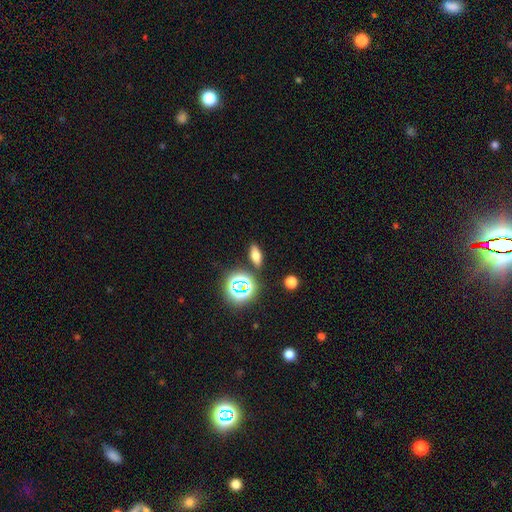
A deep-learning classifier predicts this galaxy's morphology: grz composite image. It shows a smooth galaxy with no disk features (64%) that is in between round and cigar-shaped (68%). Merging: none (85%).